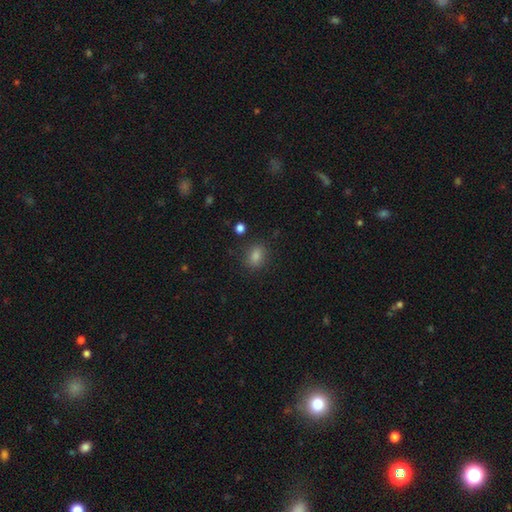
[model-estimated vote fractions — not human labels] The model was most divided on "how rounded": in between: 56%, round: 42%, cigar-shaped: 2%. More confident: merging — none (85%); smooth or featured — smooth (79%).